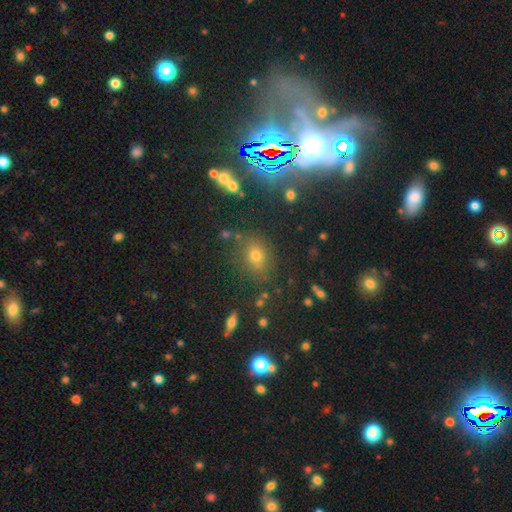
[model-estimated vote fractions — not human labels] smooth-or-featured: star or artifact: 44% | smooth: 43% | featured or disk: 13%